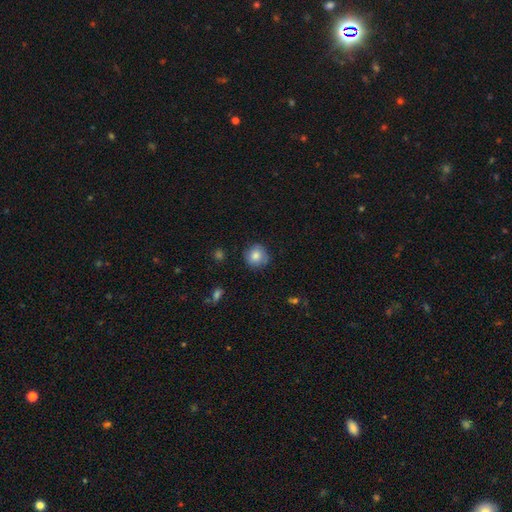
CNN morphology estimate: A smooth galaxy with no disk features (80%) that is round (91%).

Vote fractions:
- Smooth or featured? smooth: 80% / featured or disk: 11% / star or artifact: 9%
- How rounded? round: 91% / in between: 8% / cigar-shaped: 1%
- Merging? none: 81% / minor disturbance: 15% / major disturbance: 3% / merger: 1%